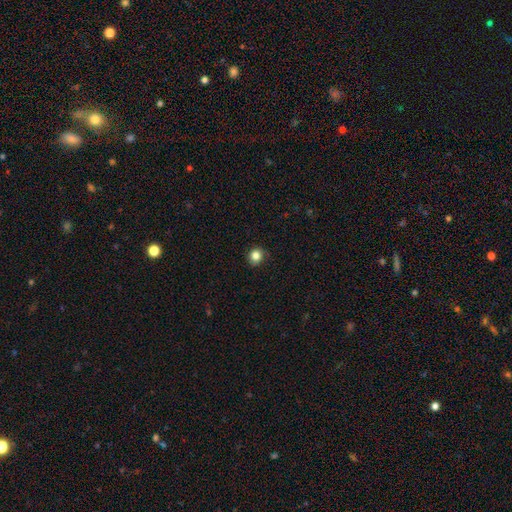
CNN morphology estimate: smooth_or_featured: smooth (p=0.83) [alt: star or artifact p=0.11]
how_rounded: round (p=0.84) [alt: in between p=0.15]
merging: none (p=0.85) [alt: minor disturbance p=0.12]